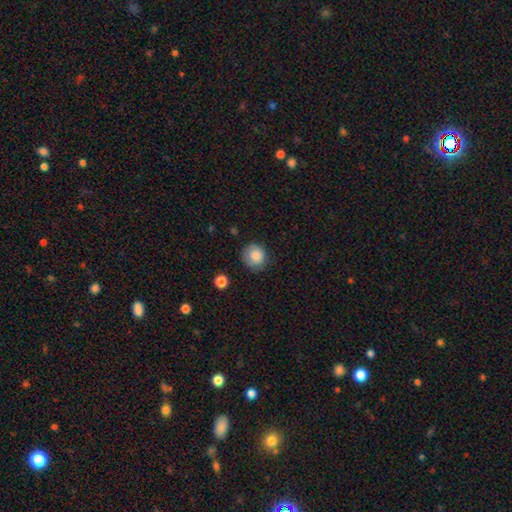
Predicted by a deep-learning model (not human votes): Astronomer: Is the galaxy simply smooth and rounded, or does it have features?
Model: smooth — 83%.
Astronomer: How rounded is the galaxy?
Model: round — 87%.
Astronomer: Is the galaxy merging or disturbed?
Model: none — 77%.